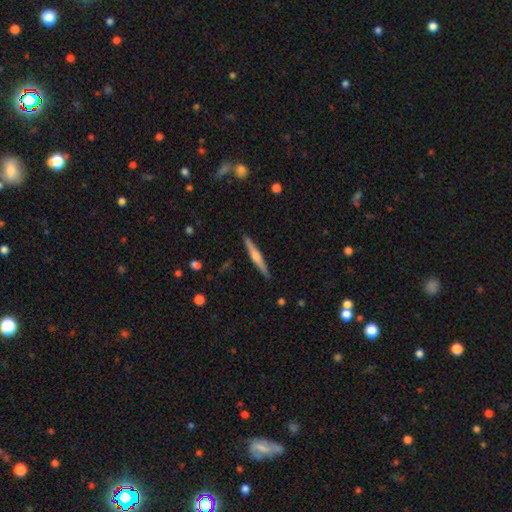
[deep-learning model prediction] A featured or disk galaxy (58%) viewed edge-on (98%) with a rounded central bulge (76%).

Vote fractions:
- Smooth or featured? featured or disk: 58% / smooth: 37% / star or artifact: 6%
- Edge-on disk? yes: 98% / no: 2%
- Edge-on bulge? rounded: 76% / none: 16% / boxy: 8%
- Merging? none: 91% / minor disturbance: 7% / major disturbance: 1% / merger: 1%